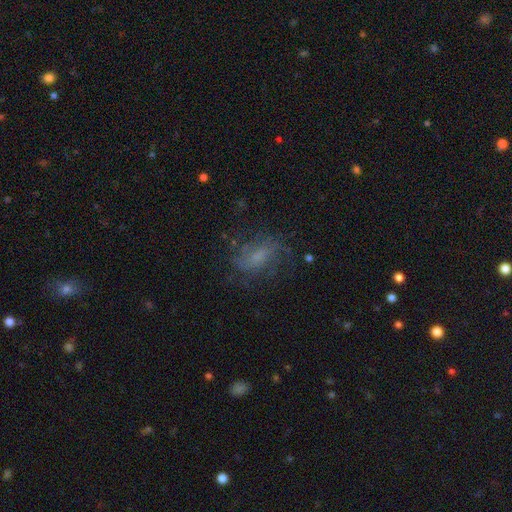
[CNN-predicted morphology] A featured or disk galaxy (51%).

Vote fractions:
- Smooth or featured? featured or disk: 51% / smooth: 32% / star or artifact: 16%
- Edge-on disk? no: 94% / yes: 6%
- Merging? none: 65% / minor disturbance: 18% / major disturbance: 15% / merger: 2%